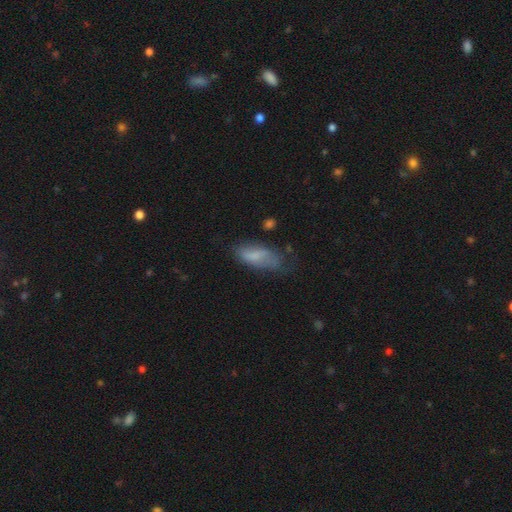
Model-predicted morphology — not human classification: smooth 69%, featured or disk 22%, star or artifact 9%. Down the decision tree: how rounded — in between (78%); merging — none (41%).